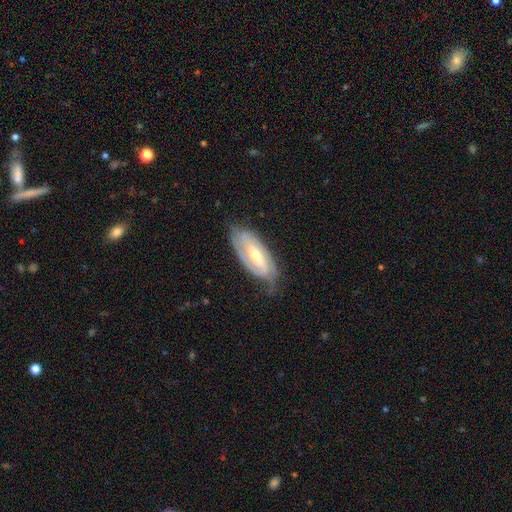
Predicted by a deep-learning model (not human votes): Morphology: type=featured or disk (80%); edge-on=no (91%); bar=weak (40%); spiral arms=yes (92%); winding=tight (56%); arm count=2 (64%); bulge=moderate (50%); merging=none (69%).